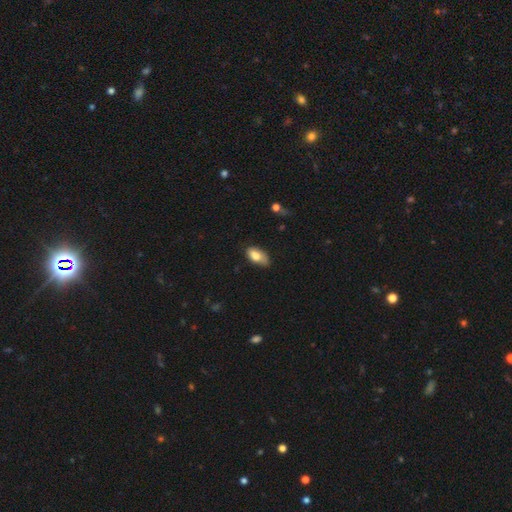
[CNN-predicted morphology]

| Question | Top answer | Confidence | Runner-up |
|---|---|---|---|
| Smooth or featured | smooth | 80% | featured or disk (13%) |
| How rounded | in between | 93% | round (4%) |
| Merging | none | 61% | minor disturbance (31%) |